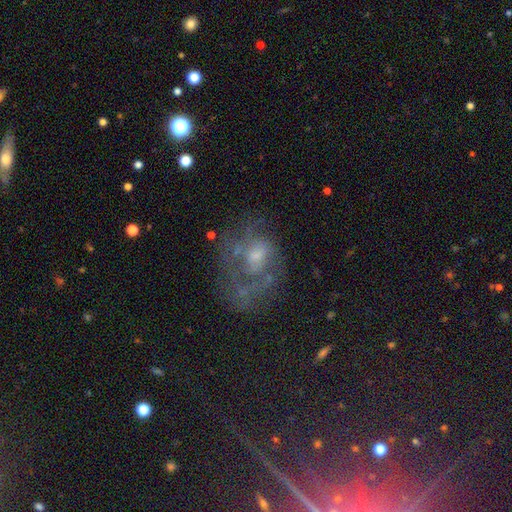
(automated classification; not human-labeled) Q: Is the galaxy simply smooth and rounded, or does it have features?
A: featured or disk — 63%.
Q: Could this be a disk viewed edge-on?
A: no — 97%.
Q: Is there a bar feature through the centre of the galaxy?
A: no — 73%.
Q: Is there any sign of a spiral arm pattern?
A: no — 54%.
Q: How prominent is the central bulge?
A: small — 41%.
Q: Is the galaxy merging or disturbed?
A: none — 41%.